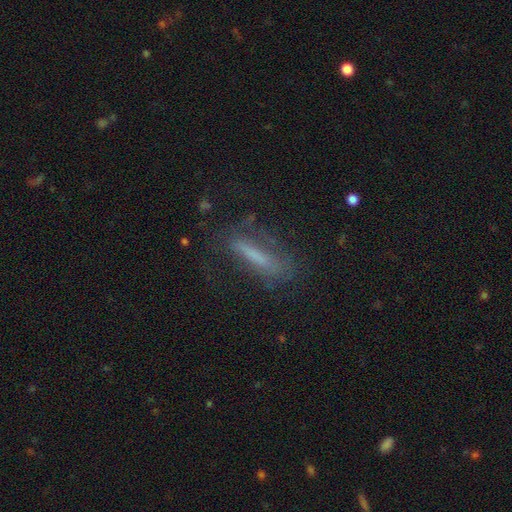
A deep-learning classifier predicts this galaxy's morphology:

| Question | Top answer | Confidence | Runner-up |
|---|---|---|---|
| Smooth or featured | smooth | 50% | featured or disk (37%) |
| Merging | none | 65% | minor disturbance (19%) |